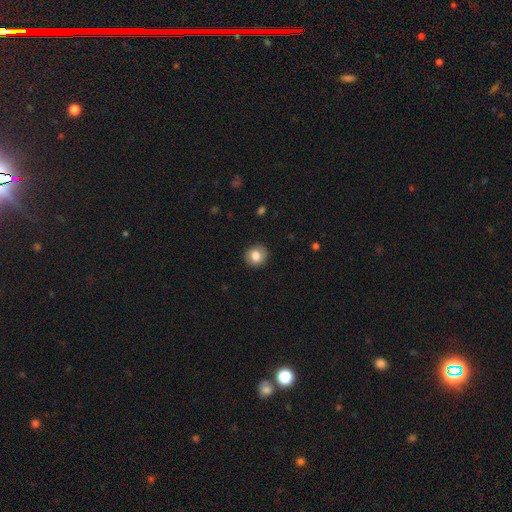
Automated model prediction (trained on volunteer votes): smooth 81%, featured or disk 10%, star or artifact 9%. Down the decision tree: how rounded — round (82%); merging — none (88%).